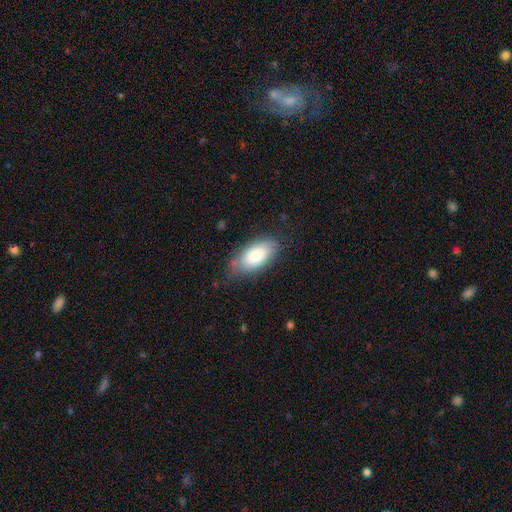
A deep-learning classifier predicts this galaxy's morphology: A smooth galaxy with no disk features (83%) that is in between round and cigar-shaped (92%).

Vote fractions:
- Smooth or featured? smooth: 83% / featured or disk: 11% / star or artifact: 6%
- How rounded? in between: 92% / cigar-shaped: 5% / round: 3%
- Merging? none: 69% / minor disturbance: 24% / major disturbance: 6% / merger: 2%